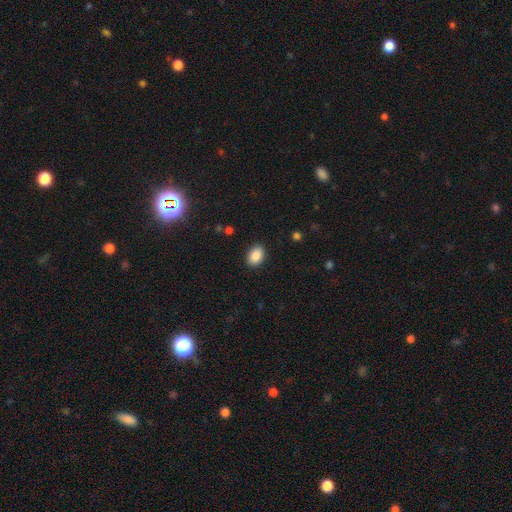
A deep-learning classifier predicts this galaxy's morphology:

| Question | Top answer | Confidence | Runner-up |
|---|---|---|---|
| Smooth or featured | smooth | 89% | star or artifact (8%) |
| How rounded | in between | 80% | round (19%) |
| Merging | none | 88% | minor disturbance (9%) |